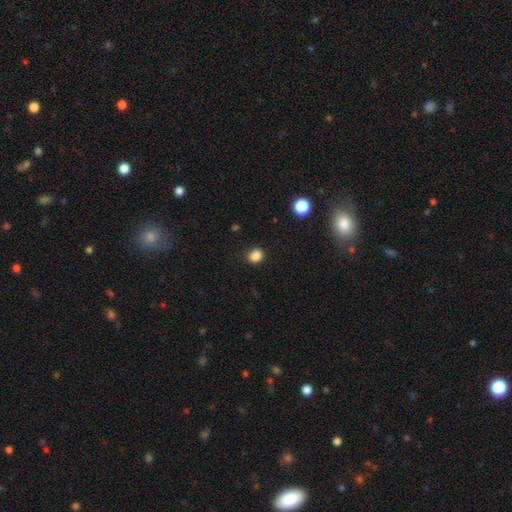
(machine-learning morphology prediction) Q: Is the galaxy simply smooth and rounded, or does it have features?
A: smooth — 85%.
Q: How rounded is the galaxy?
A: round — 69%.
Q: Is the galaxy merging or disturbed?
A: none — 83%.